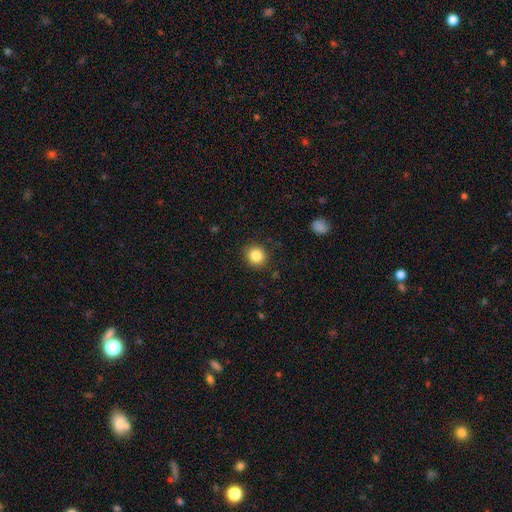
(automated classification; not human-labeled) smooth 85%, star or artifact 10%, featured or disk 5%. Down the decision tree: how rounded — round (86%); merging — none (89%).